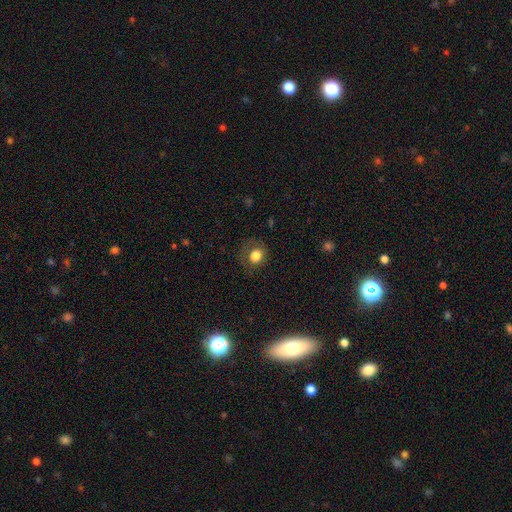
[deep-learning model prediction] Smooth or featured: smooth — 78% (featured or disk — 12%)
How rounded: round — 78% (in between — 21%)
Merging: none — 71% (minor disturbance — 17%)